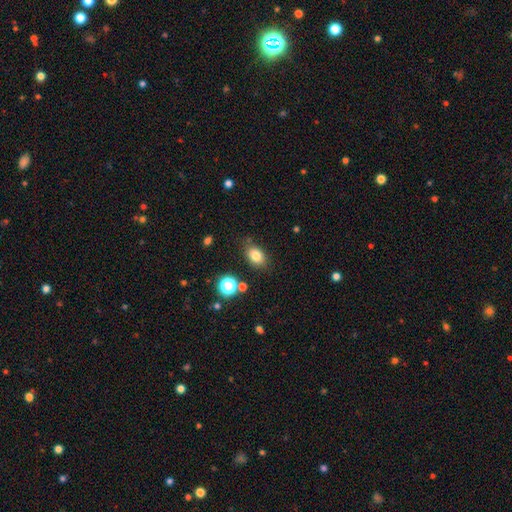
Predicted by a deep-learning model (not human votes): smooth_or_featured: smooth (p=0.81) [alt: star or artifact p=0.12]
how_rounded: in between (p=0.75) [alt: round p=0.23]
merging: none (p=0.79) [alt: minor disturbance p=0.14]